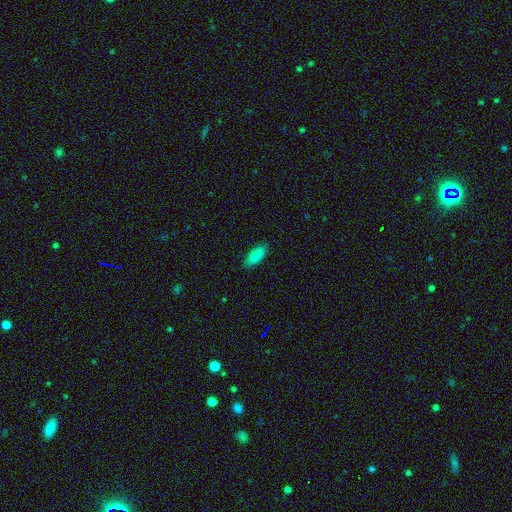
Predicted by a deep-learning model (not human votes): Smooth or featured? Predicted: smooth (p=0.87). How rounded? Predicted: in between (p=0.83). Merging? Predicted: none (p=0.83).